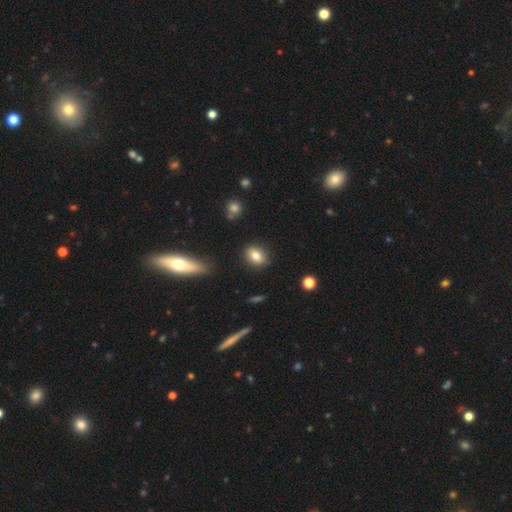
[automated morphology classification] The model was most divided on "how rounded": in between: 63%, round: 35%, cigar-shaped: 2%. More confident: merging — none (85%); smooth or featured — smooth (78%).